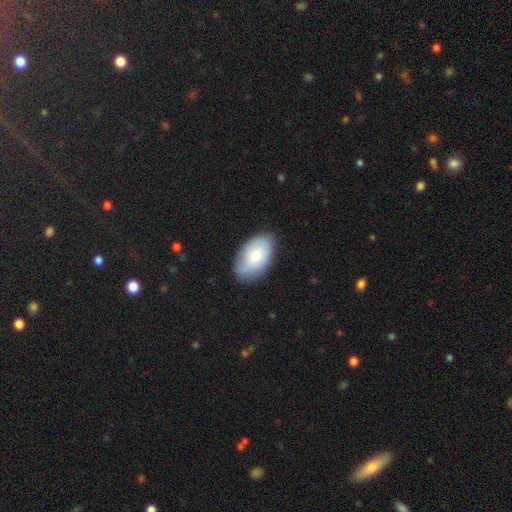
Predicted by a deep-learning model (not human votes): This appears to be a smooth galaxy with no disk features (71%) that is in between round and cigar-shaped (94%). Merging: none (78%).